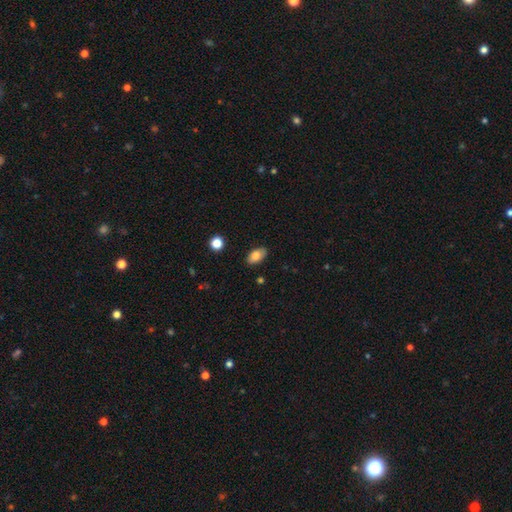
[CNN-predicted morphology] Overall: smooth (80%). How rounded: in between (93%). Merging: none (86%).